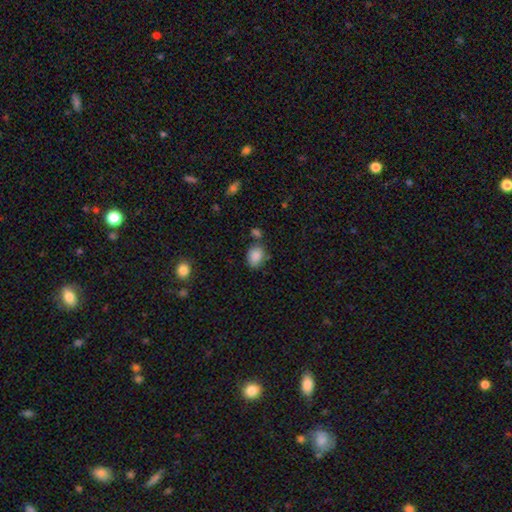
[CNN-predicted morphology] The model was most divided on "how rounded": in between: 64%, round: 35%, cigar-shaped: 1%. More confident: smooth or featured — smooth (86%); merging — none (65%).